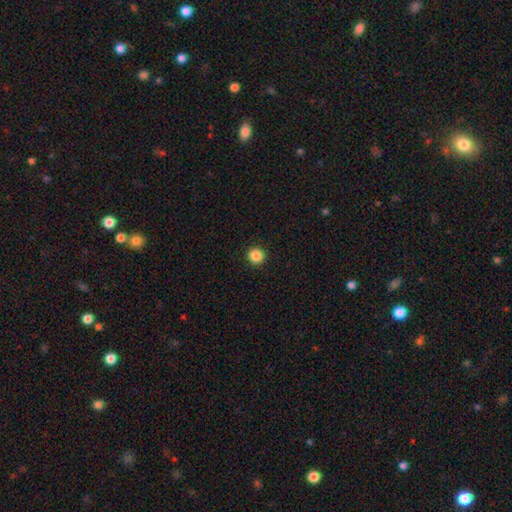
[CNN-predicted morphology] This appears to be a smooth galaxy with no disk features (87%) that is round (95%). Merging: none (94%).